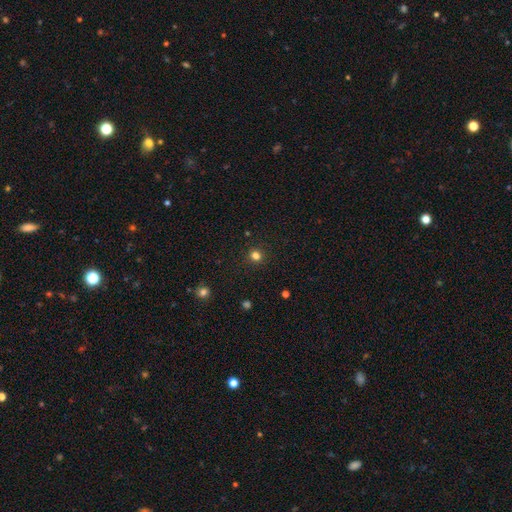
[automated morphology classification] type=smooth (80%); roundness=round (89%); merging=none (91%).